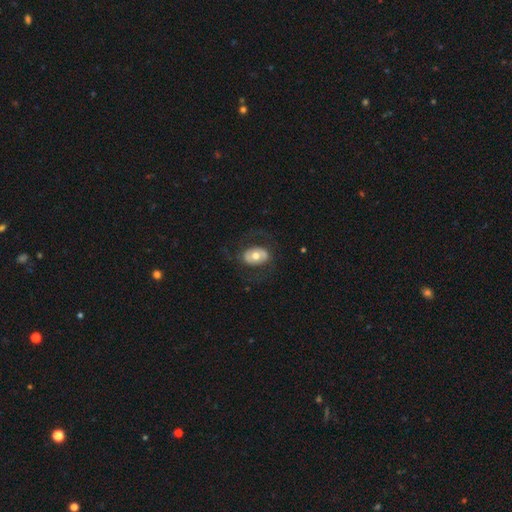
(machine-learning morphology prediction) This appears to be a featured or disk galaxy (52%). Merging: none (71%).